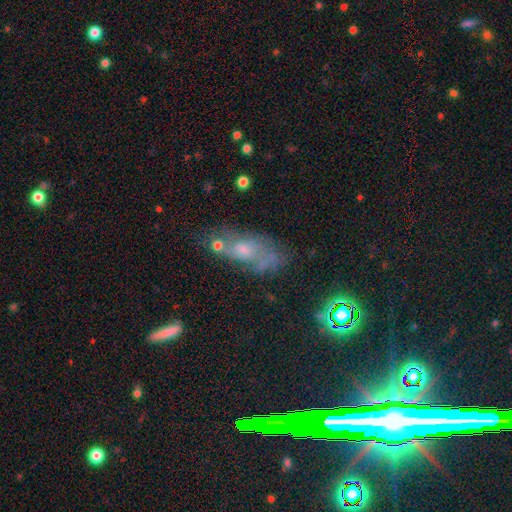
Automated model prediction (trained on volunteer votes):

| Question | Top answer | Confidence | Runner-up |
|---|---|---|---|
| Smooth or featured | featured or disk | 44% | smooth (33%) |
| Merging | none | 47% | minor disturbance (23%) |